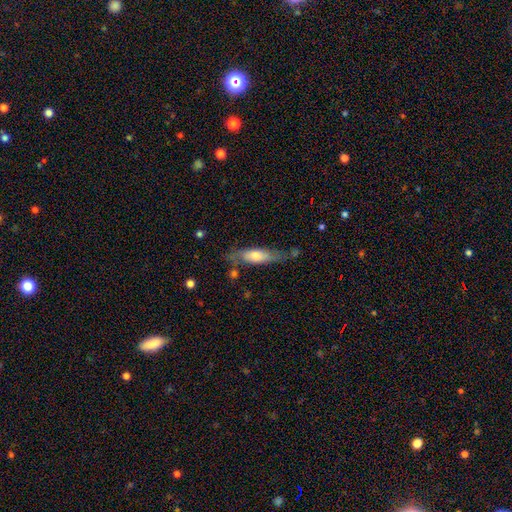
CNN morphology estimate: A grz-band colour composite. It shows a smooth galaxy with no disk features (49%). Merging: none (66%).